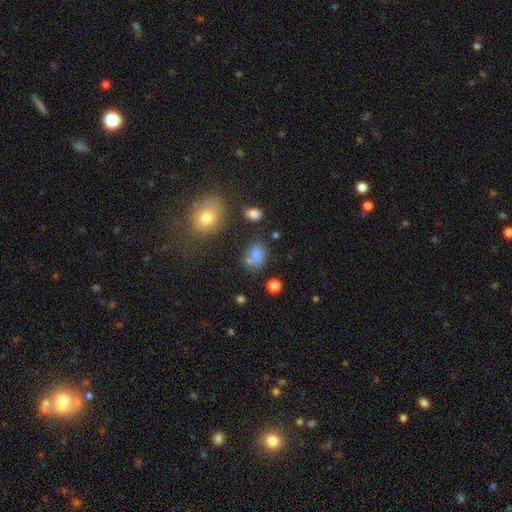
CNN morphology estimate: The model was most divided on "merging": none: 58%, minor disturbance: 20%, merger: 14%, major disturbance: 8%. More confident: smooth or featured — smooth (78%); how rounded — in between (74%).